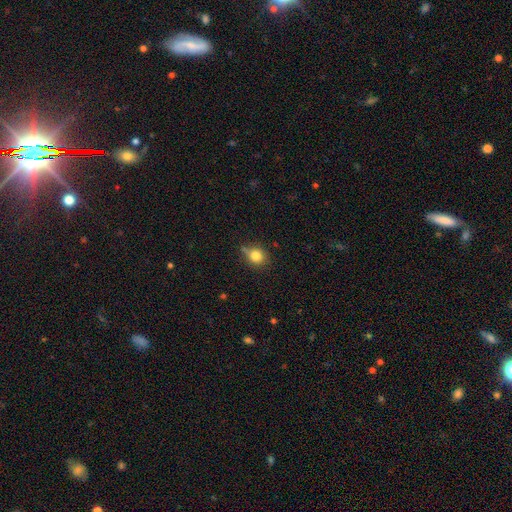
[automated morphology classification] Smooth or featured?
  - smooth: 81% *
  - star or artifact: 11%
  - featured or disk: 7%
How rounded?
  - round: 79% *
  - in between: 20%
  - cigar-shaped: 1%
Merging?
  - none: 66% *
  - minor disturbance: 22%
  - merger: 7%
  - major disturbance: 5%